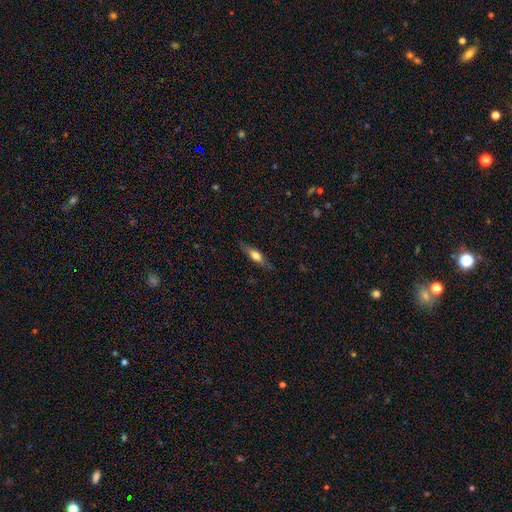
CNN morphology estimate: Smooth or featured: smooth — 52% (featured or disk — 41%)
How rounded: cigar-shaped — 63% (in between — 34%)
Merging: none — 83% (minor disturbance — 13%)